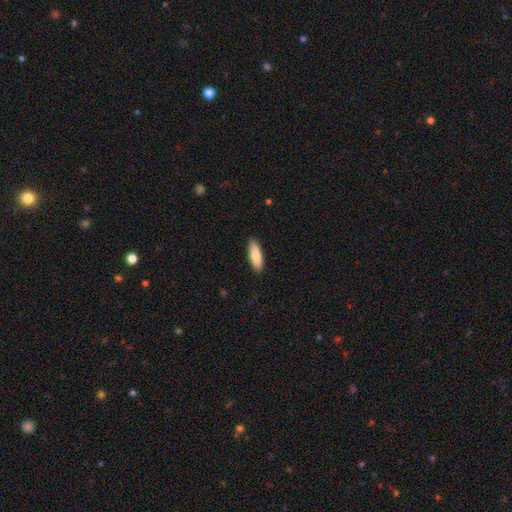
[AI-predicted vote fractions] Smooth or featured: smooth — 82% (featured or disk — 12%)
How rounded: in between — 56% (cigar-shaped — 43%)
Merging: none — 89% (minor disturbance — 9%)